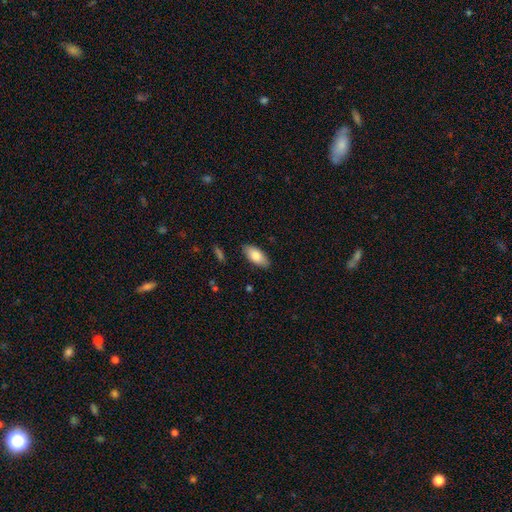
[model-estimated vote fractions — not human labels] Smooth or featured? smooth (81%)
How rounded? in between (90%)
Merging? none (86%)